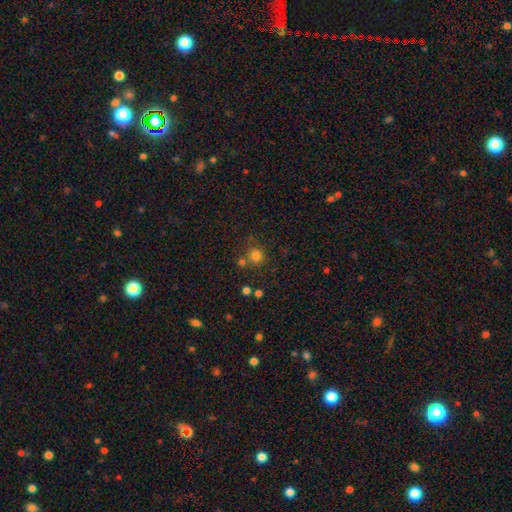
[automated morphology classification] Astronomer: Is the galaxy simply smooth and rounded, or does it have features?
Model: smooth — 79%.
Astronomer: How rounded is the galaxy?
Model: round — 91%.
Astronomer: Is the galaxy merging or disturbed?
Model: none — 71%.